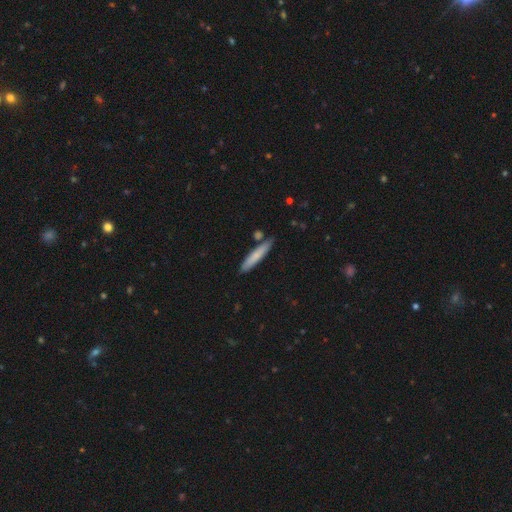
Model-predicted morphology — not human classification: Smooth or featured: smooth — 75% (featured or disk — 20%)
How rounded: cigar-shaped — 90% (in between — 9%)
Merging: none — 81% (minor disturbance — 12%)